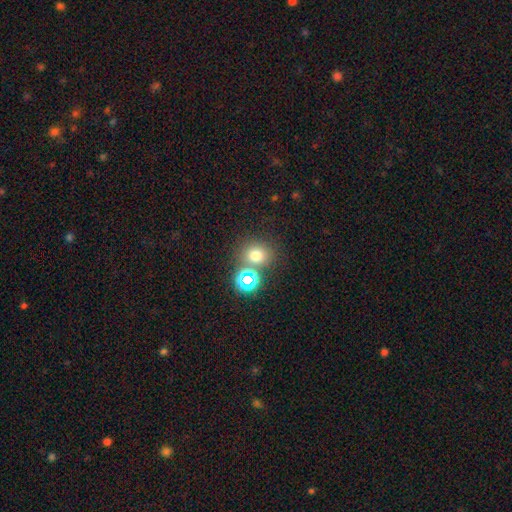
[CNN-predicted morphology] A smooth galaxy with no disk features (69%) that is round (76%). Merging: none (67%).